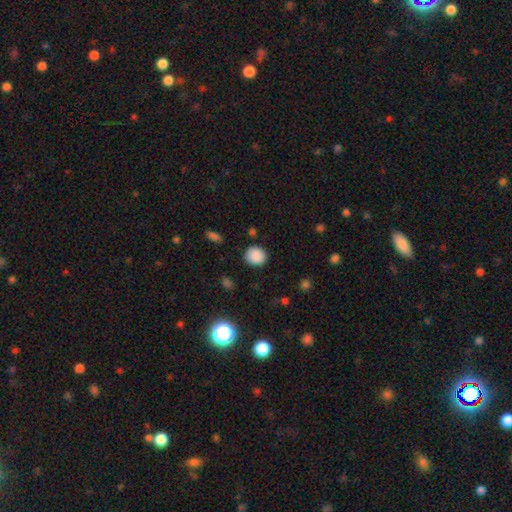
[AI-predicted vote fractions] Smooth or featured?
  - smooth: 87% *
  - star or artifact: 9%
  - featured or disk: 3%
How rounded?
  - round: 79% *
  - in between: 20%
  - cigar-shaped: 1%
Merging?
  - none: 85% *
  - minor disturbance: 10%
  - major disturbance: 3%
  - merger: 2%